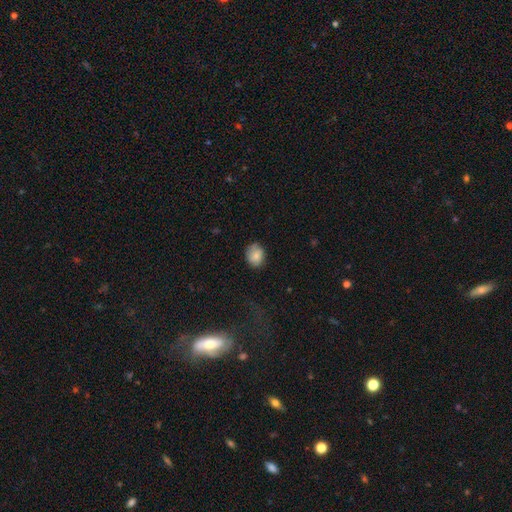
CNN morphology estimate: The model was most divided on "how rounded": round: 57%, in between: 43%, cigar-shaped: 1%. More confident: smooth or featured — smooth (82%); merging — none (73%).